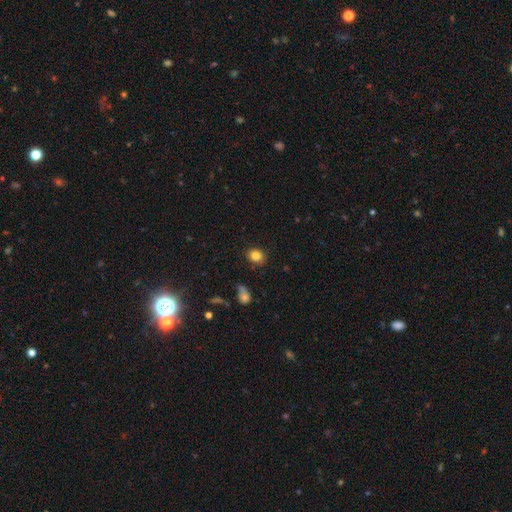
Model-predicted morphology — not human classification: Smooth or featured: smooth — 83% (star or artifact — 11%)
How rounded: round — 63% (in between — 36%)
Merging: none — 83% (minor disturbance — 12%)